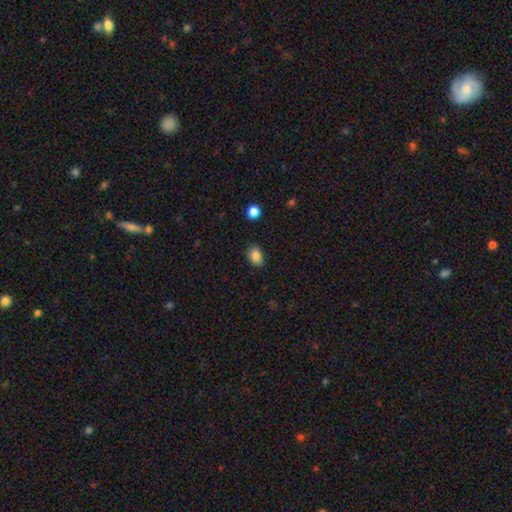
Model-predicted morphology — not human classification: type=smooth (85%); roundness=in between (74%); merging=none (82%).